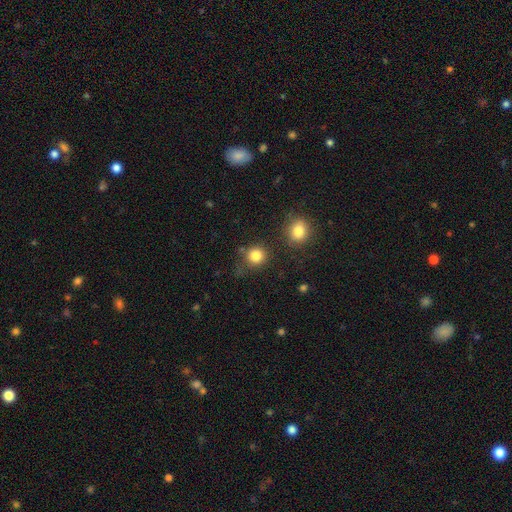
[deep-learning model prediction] smooth 84%, star or artifact 12%, featured or disk 5%. Down the decision tree: how rounded — round (90%); merging — none (78%).